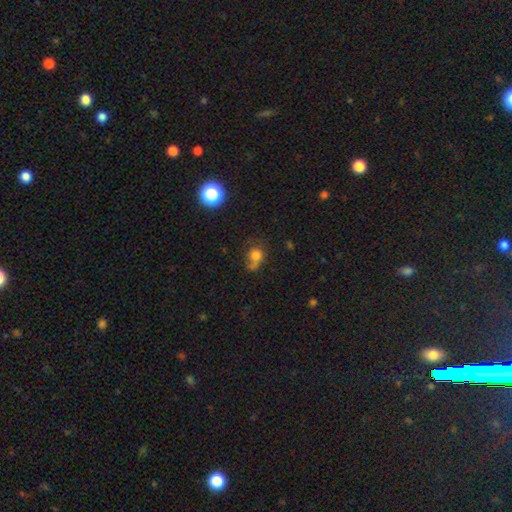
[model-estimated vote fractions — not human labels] Smooth or featured? smooth (68%)
How rounded? round (68%)
Merging? none (40%)